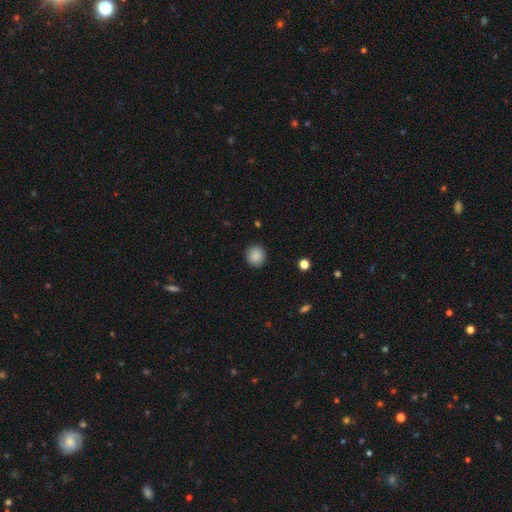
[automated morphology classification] Smooth or featured?
  - smooth: 88% *
  - star or artifact: 9%
  - featured or disk: 3%
How rounded?
  - round: 88% *
  - in between: 11%
  - cigar-shaped: 1%
Merging?
  - none: 90% *
  - minor disturbance: 7%
  - major disturbance: 2%
  - merger: 1%